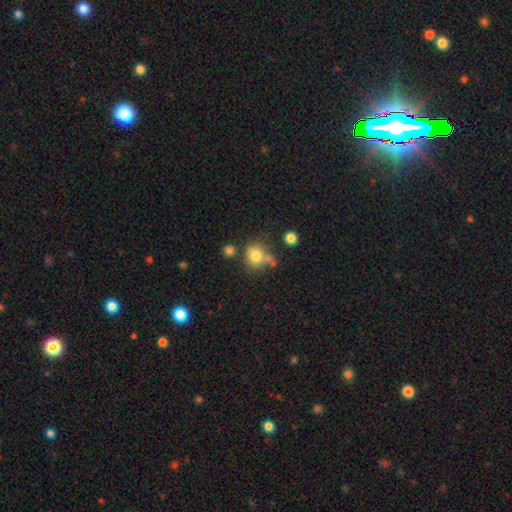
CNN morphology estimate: The model was most divided on "merging": none: 53%, merger: 21%, minor disturbance: 18%, major disturbance: 8%. More confident: how rounded — round (79%); smooth or featured — smooth (77%).